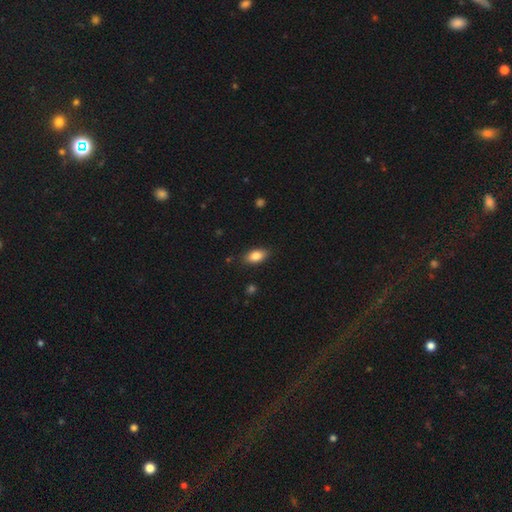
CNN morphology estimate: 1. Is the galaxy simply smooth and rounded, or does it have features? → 82% smooth, 10% featured or disk, 7% star or artifact.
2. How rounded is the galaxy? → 89% in between, 6% cigar-shaped, 5% round.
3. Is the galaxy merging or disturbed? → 86% none, 10% minor disturbance, 2% major disturbance, 1% merger.